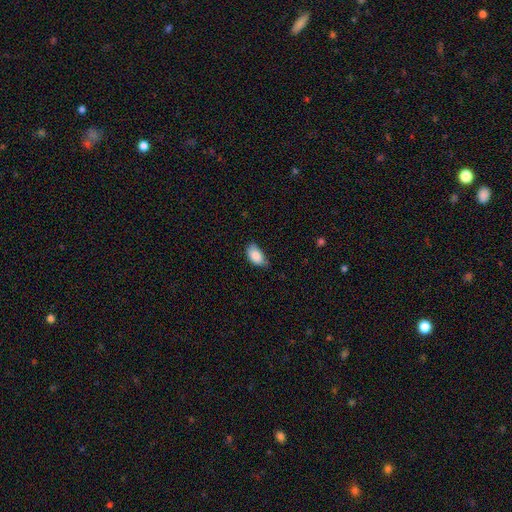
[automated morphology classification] Q: Smooth or featured?
A: smooth (86%); runner-up: star or artifact (7%)
Q: How rounded?
A: in between (92%); runner-up: round (6%)
Q: Merging?
A: none (56%); runner-up: minor disturbance (37%)